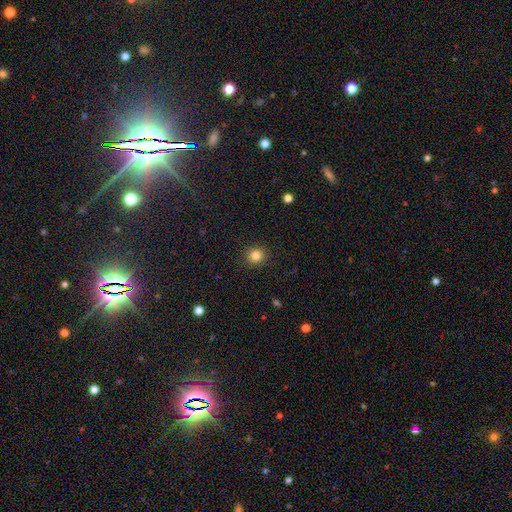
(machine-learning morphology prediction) Smooth or featured?
  - smooth: 83% *
  - star or artifact: 12%
  - featured or disk: 5%
How rounded?
  - round: 90% *
  - in between: 9%
  - cigar-shaped: 1%
Merging?
  - none: 91% *
  - minor disturbance: 6%
  - major disturbance: 2%
  - merger: 1%